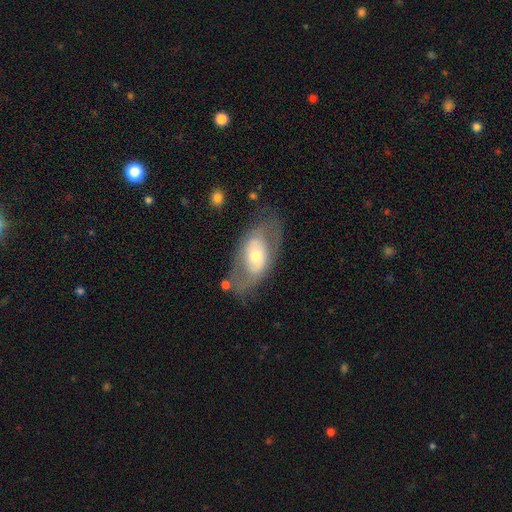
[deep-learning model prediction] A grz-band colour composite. It shows a featured or disk galaxy (59%) with no bar (59%), no spiral arms (59%) and a moderate central bulge (58%). Merging: none (64%).